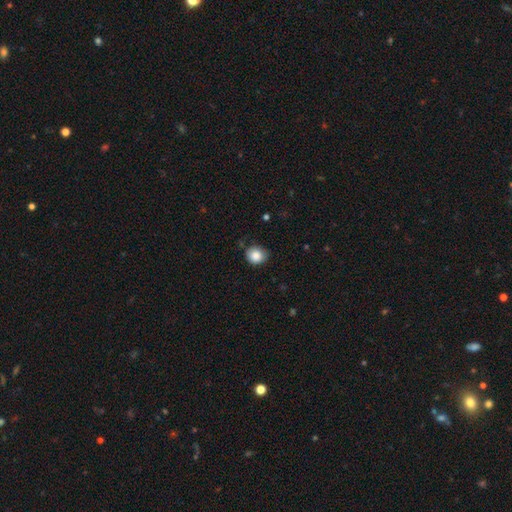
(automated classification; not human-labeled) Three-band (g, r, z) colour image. It shows a smooth galaxy with no disk features (85%) that is round (80%). Merging: none (77%).